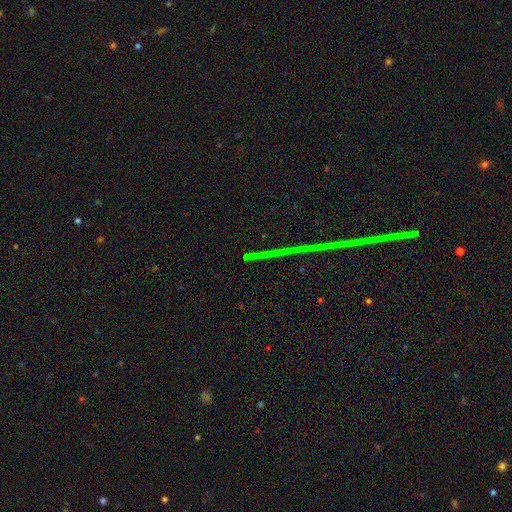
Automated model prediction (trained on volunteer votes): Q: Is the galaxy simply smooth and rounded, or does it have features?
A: star or artifact — 83%.